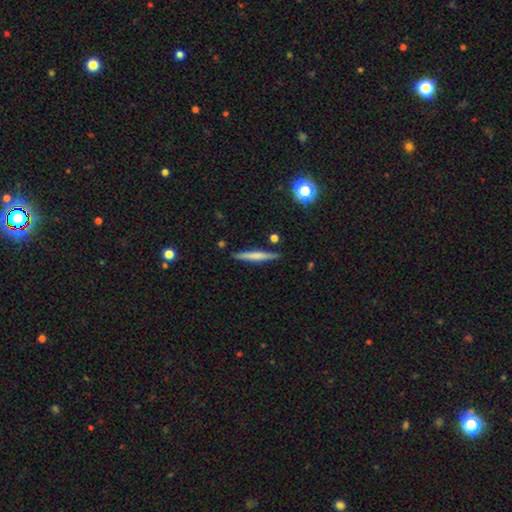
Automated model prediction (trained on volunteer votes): Smooth or featured? smooth (54%)
How rounded? cigar-shaped (95%)
Merging? none (88%)